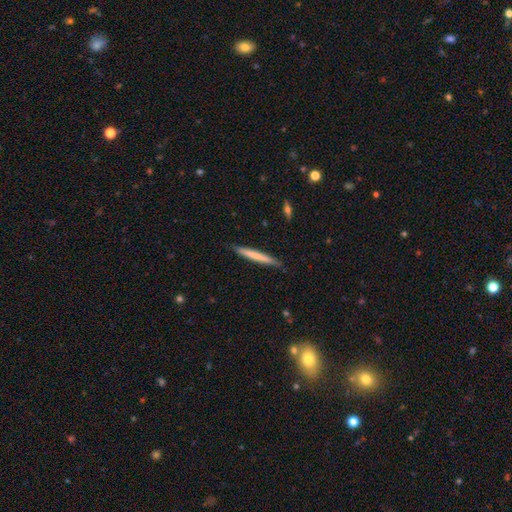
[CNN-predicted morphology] smooth-or-featured: smooth: 66% | featured or disk: 29% | star or artifact: 5%
  how-rounded: cigar-shaped: 97% | in between: 2% | round: 1%
  merging: none: 88% | minor disturbance: 9% | major disturbance: 1% | merger: 1%